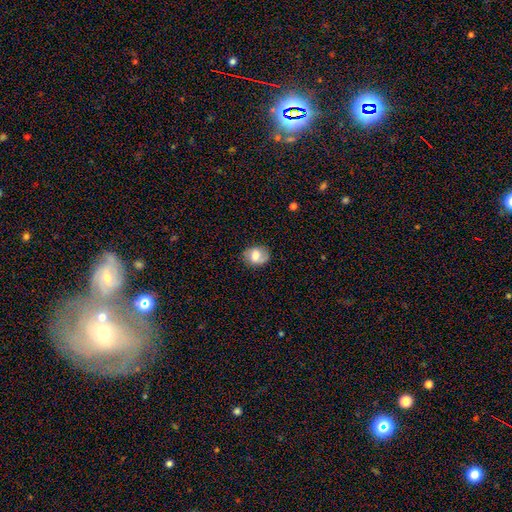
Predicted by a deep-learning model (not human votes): smooth_or_featured: smooth (p=0.52) [alt: featured or disk p=0.39]
how_rounded: in between (p=0.54) [alt: round p=0.45]
merging: none (p=0.77) [alt: minor disturbance p=0.17]